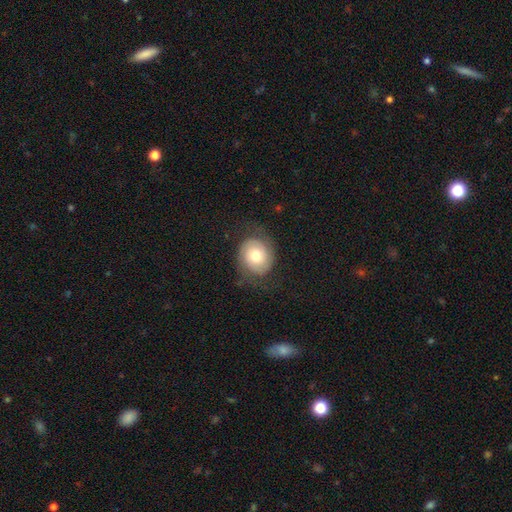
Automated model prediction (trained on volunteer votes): smooth-or-featured: smooth: 47% | featured or disk: 45% | star or artifact: 8%
  merging: none: 70% | minor disturbance: 18% | major disturbance: 11% | merger: 1%